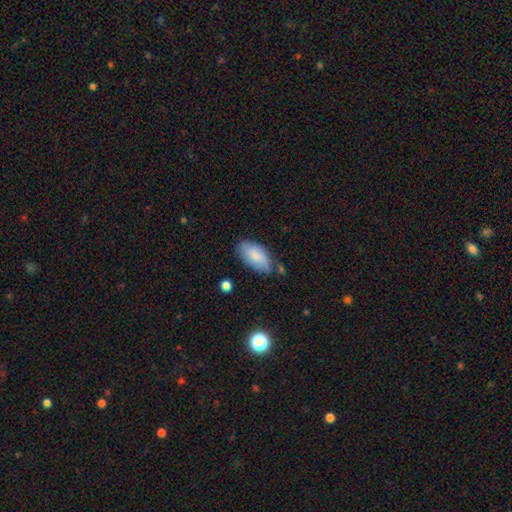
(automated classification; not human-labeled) Smooth or featured? smooth (79%)
How rounded? in between (94%)
Merging? none (68%)